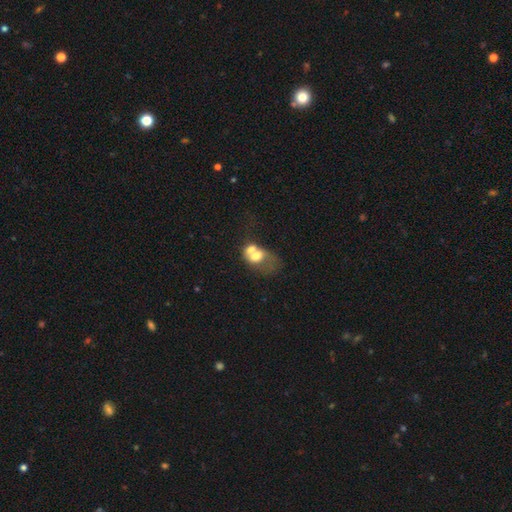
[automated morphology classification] The model was most divided on "smooth or featured": smooth: 57%, featured or disk: 33%, star or artifact: 10%. More confident: merging — merger (67%); how rounded — in between (63%).